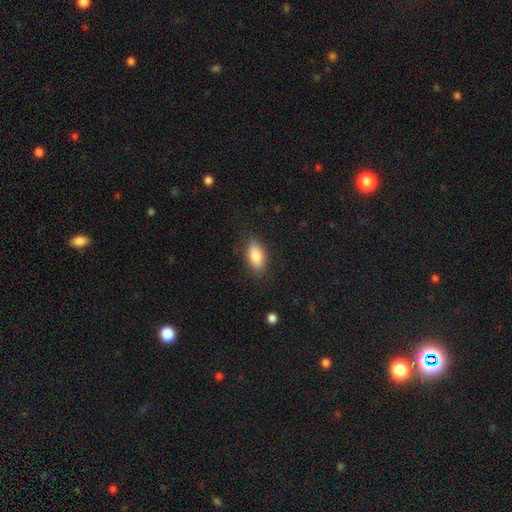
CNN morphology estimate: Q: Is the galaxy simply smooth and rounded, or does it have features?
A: smooth — 80%.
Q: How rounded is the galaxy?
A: in between — 86%.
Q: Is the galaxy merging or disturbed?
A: none — 82%.